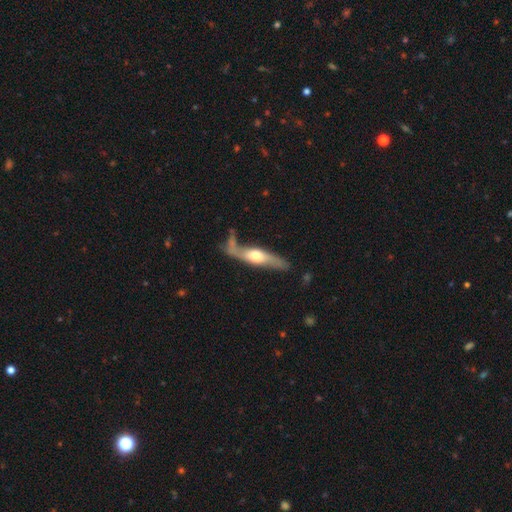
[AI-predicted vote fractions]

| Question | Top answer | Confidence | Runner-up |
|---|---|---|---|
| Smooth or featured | featured or disk | 64% | smooth (31%) |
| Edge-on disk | yes | 63% | no (37%) |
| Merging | none | 53% | minor disturbance (23%) |